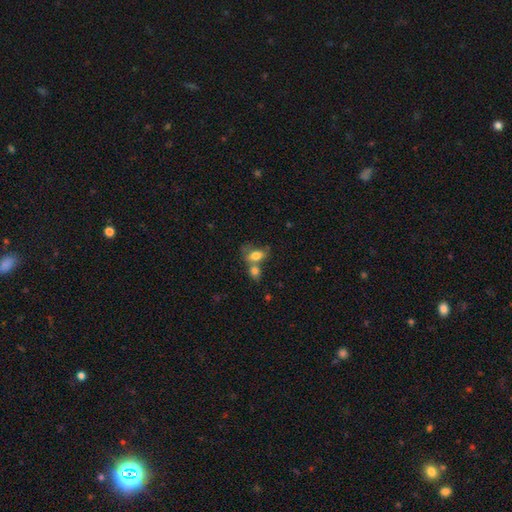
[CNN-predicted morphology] The model was most divided on "merging": merger: 54%, none: 26%, minor disturbance: 13%, major disturbance: 8%. More confident: how rounded — in between (82%); smooth or featured — smooth (76%).